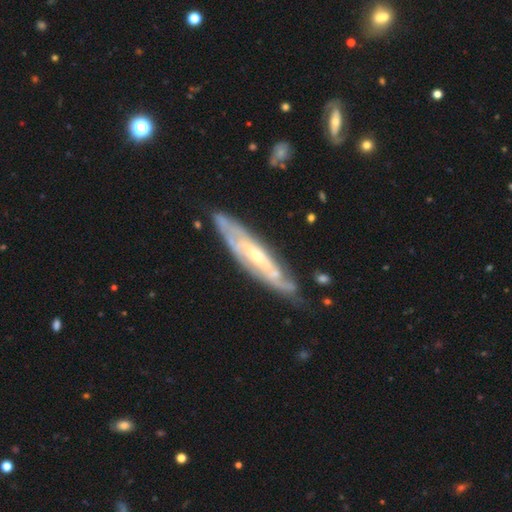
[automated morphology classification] smooth_or_featured: featured or disk (p=0.79) [alt: smooth p=0.15]
disk_edge_on: no (p=0.62) [alt: yes p=0.38]
merging: none (p=0.73) [alt: minor disturbance p=0.19]